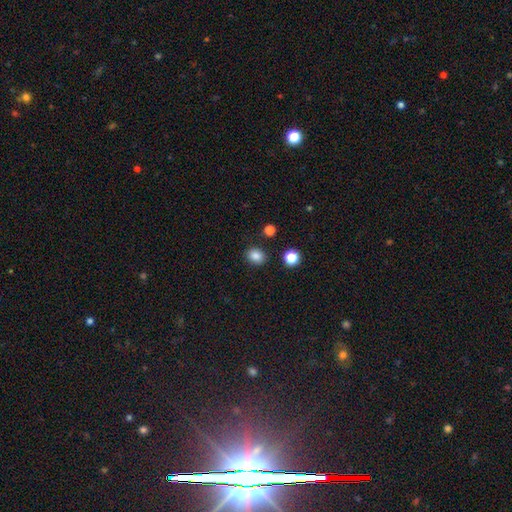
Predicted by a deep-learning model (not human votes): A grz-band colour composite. It shows a smooth galaxy with no disk features (85%) that is round (57%). Merging: none (86%).